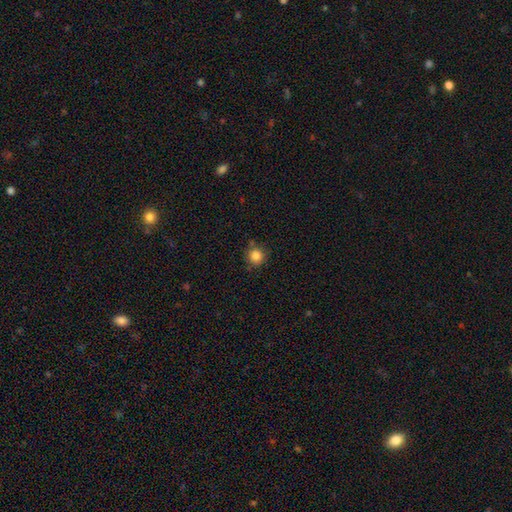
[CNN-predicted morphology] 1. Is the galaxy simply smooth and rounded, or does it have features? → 84% smooth, 11% star or artifact, 4% featured or disk.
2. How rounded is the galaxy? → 93% round, 6% in between, 1% cigar-shaped.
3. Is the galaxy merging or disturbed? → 80% none, 12% minor disturbance, 5% merger, 3% major disturbance.